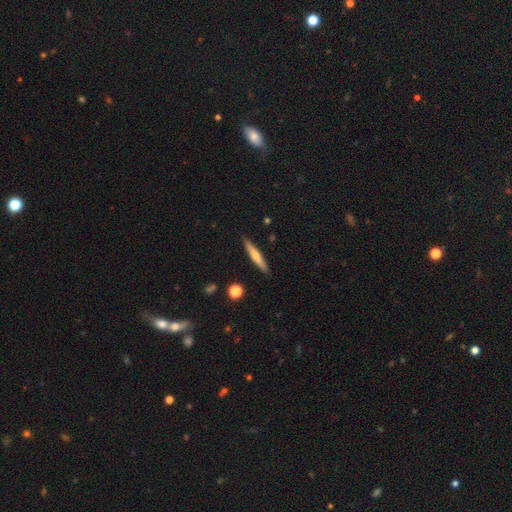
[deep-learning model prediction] A smooth galaxy with no disk features (52%) that is cigar-shaped (93%). Merging: none (89%).